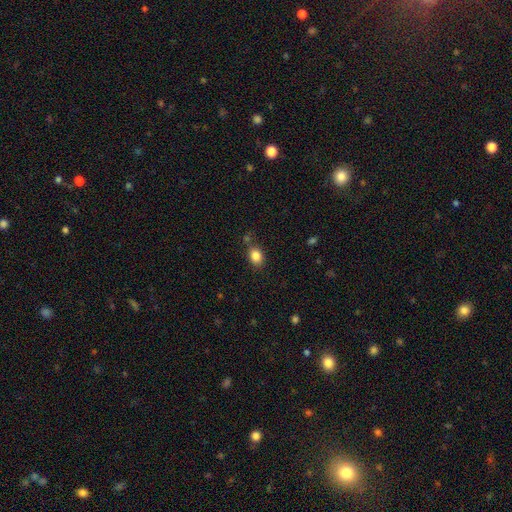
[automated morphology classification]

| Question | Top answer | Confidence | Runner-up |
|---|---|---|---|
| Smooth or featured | smooth | 84% | star or artifact (10%) |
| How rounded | in between | 64% | round (35%) |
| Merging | none | 74% | minor disturbance (15%) |